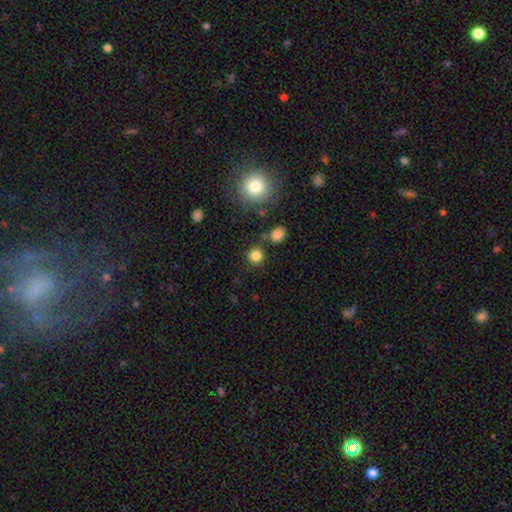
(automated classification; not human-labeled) Morphology: type=smooth (83%); roundness=round (90%); merging=none (82%).